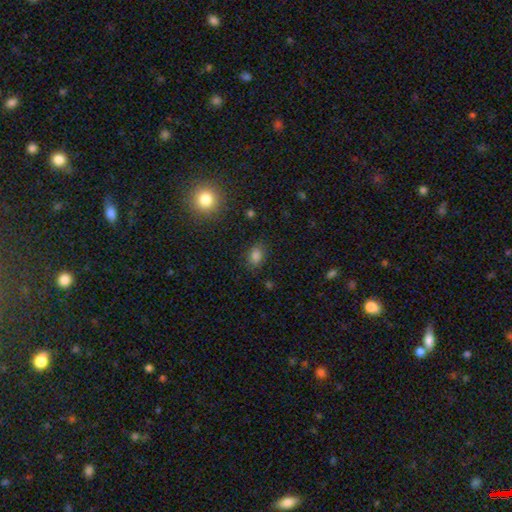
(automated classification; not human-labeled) A smooth galaxy with no disk features (81%) that is in between round and cigar-shaped (76%).

Vote fractions:
- Smooth or featured? smooth: 81% / star or artifact: 13% / featured or disk: 5%
- How rounded? in between: 76% / round: 23% / cigar-shaped: 2%
- Merging? none: 82% / minor disturbance: 13% / major disturbance: 4% / merger: 2%